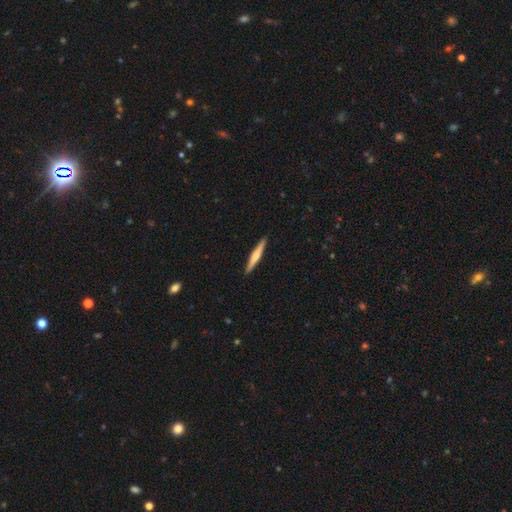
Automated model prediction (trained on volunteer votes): Smooth or featured? Predicted: featured or disk (p=0.51). Edge-on disk? Predicted: yes (p=0.97). Merging? Predicted: none (p=0.91).